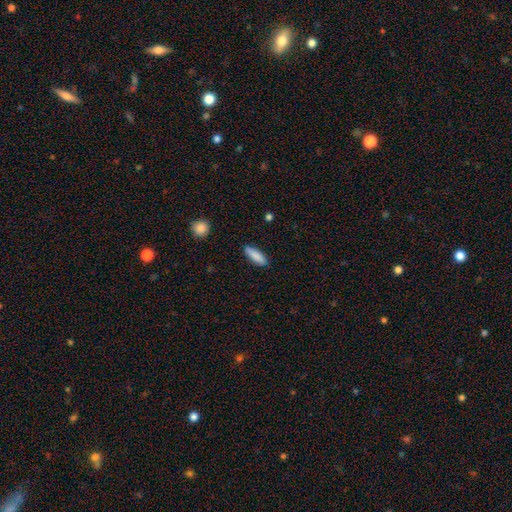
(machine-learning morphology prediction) Overall: smooth (87%). How rounded: in between (51%; cigar-shaped 48%). Merging: none (86%).